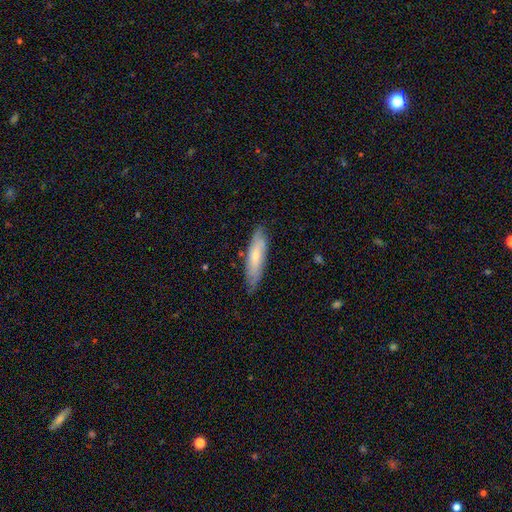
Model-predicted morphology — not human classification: smooth 56%, featured or disk 38%, star or artifact 6%. Down the decision tree: how rounded — cigar-shaped (65%); merging — none (76%).